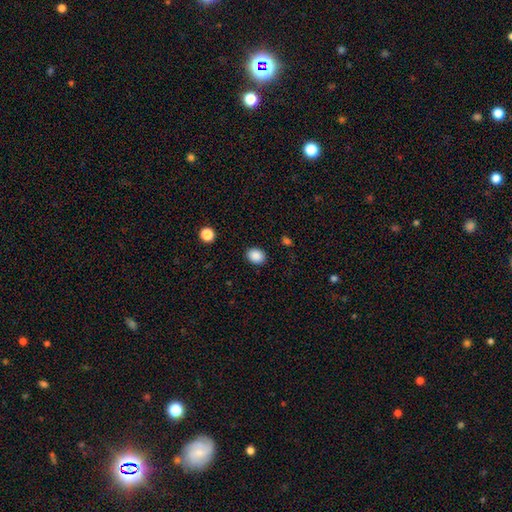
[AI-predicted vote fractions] A smooth galaxy with no disk features (88%) that is in between round and cigar-shaped (51%). Merging: none (89%).